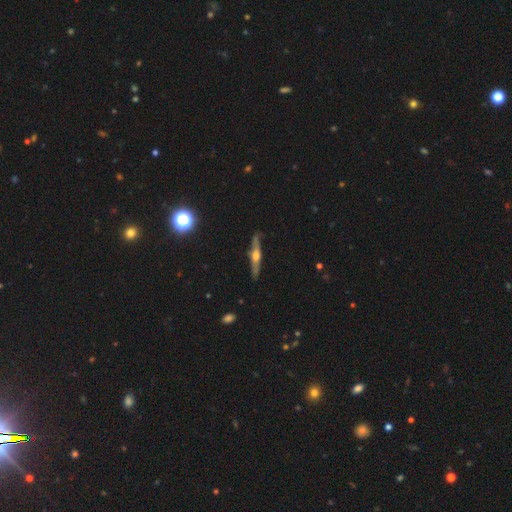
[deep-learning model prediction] A featured or disk galaxy (73%) viewed edge-on (95%) with a rounded central bulge (90%). Merging: none (85%).